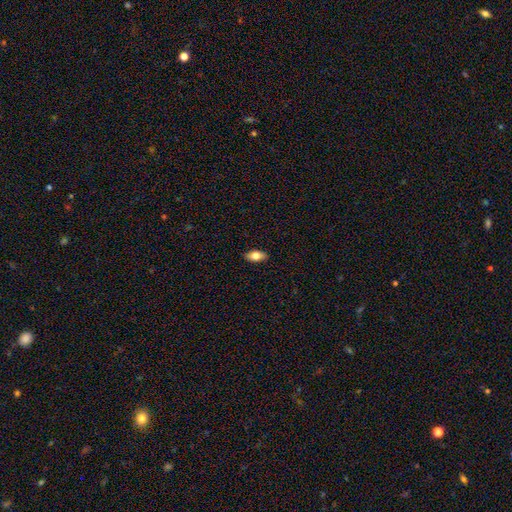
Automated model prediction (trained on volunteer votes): Smooth or featured?
  - smooth: 77% *
  - featured or disk: 16%
  - star or artifact: 7%
How rounded?
  - in between: 89% *
  - cigar-shaped: 7%
  - round: 4%
Merging?
  - none: 88% *
  - minor disturbance: 9%
  - major disturbance: 2%
  - merger: 1%